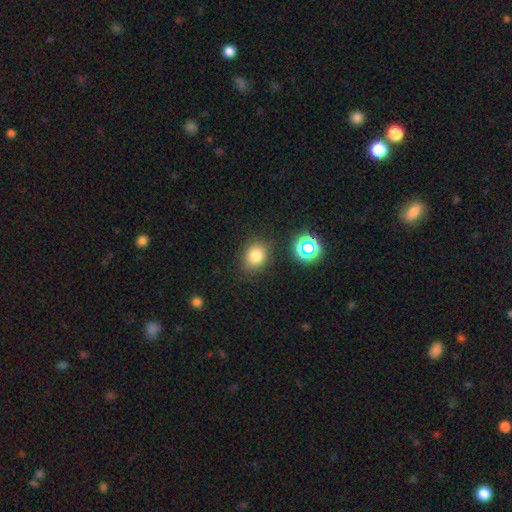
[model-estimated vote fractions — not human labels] smooth 78%, star or artifact 15%, featured or disk 7%. Down the decision tree: how rounded — round (63%); merging — none (83%).